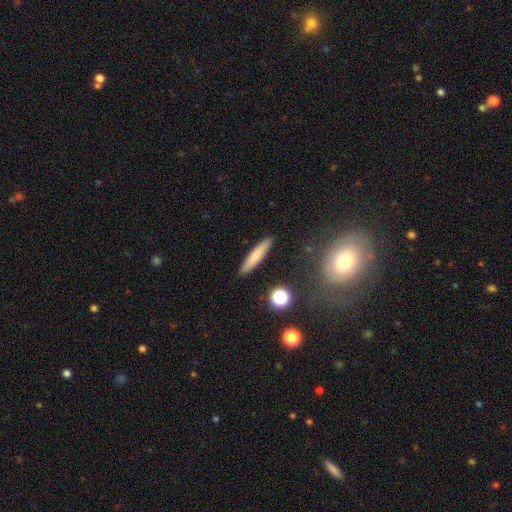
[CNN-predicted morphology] The model was most divided on "smooth or featured": smooth: 75%, featured or disk: 17%, star or artifact: 8%. More confident: merging — none (90%); how rounded — cigar-shaped (89%).